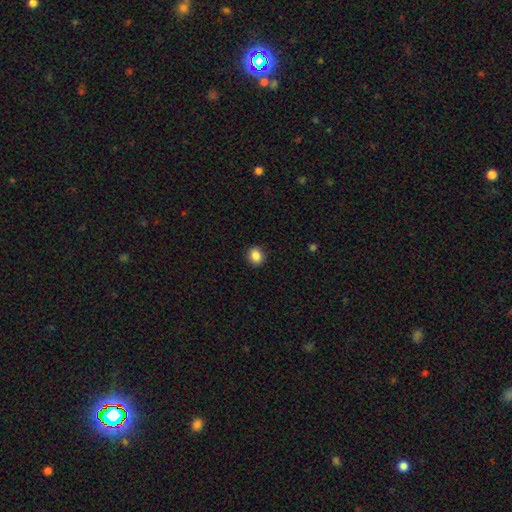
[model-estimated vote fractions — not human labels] Smooth or featured? smooth (86%)
How rounded? round (74%)
Merging? none (90%)